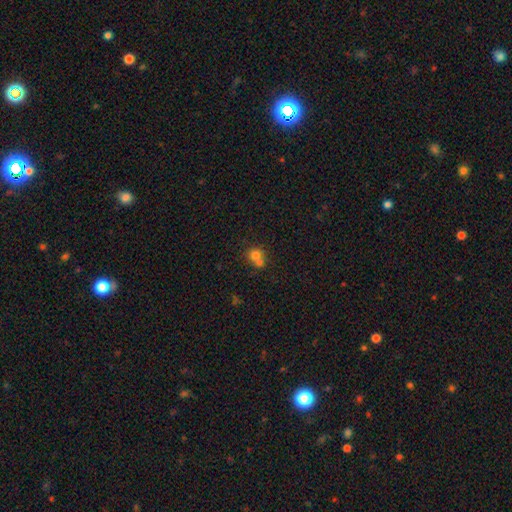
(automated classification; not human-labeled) Q: Smooth or featured?
A: smooth (74%); runner-up: star or artifact (13%)
Q: How rounded?
A: round (82%); runner-up: in between (17%)
Q: Merging?
A: merger (53%); runner-up: none (38%)